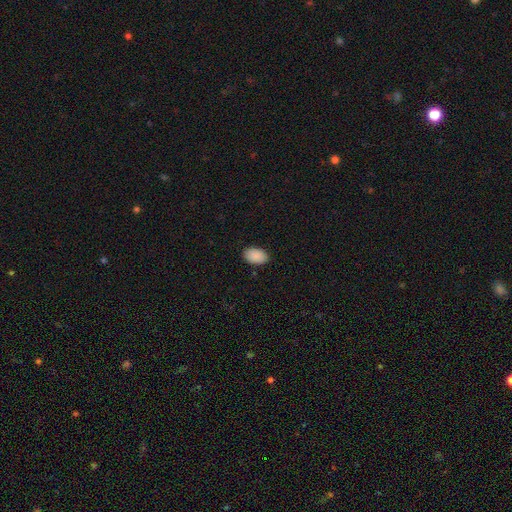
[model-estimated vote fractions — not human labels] Smooth or featured? Predicted: smooth (p=0.90). How rounded? Predicted: in between (p=0.91). Merging? Predicted: none (p=0.89).